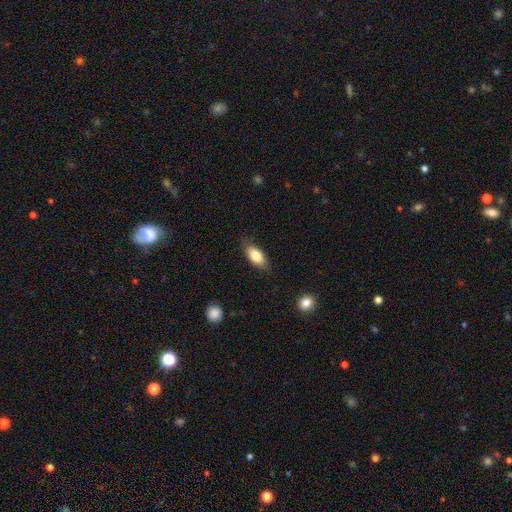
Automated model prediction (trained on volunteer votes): Morphology: type=smooth (80%); roundness=in between (86%); merging=none (81%).